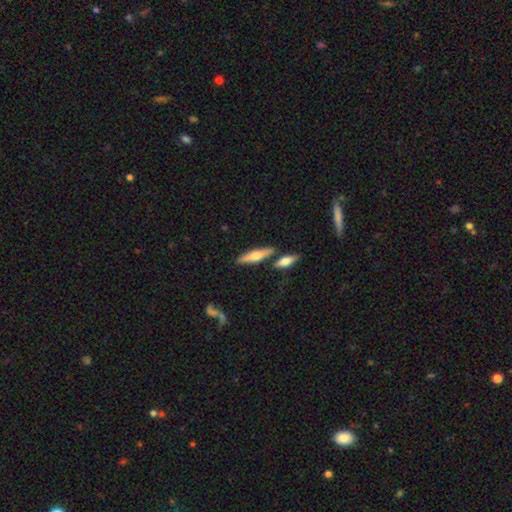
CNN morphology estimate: smooth_or_featured: featured or disk (p=0.49) [alt: smooth p=0.45]
merging: none (p=0.76) [alt: merger p=0.12]